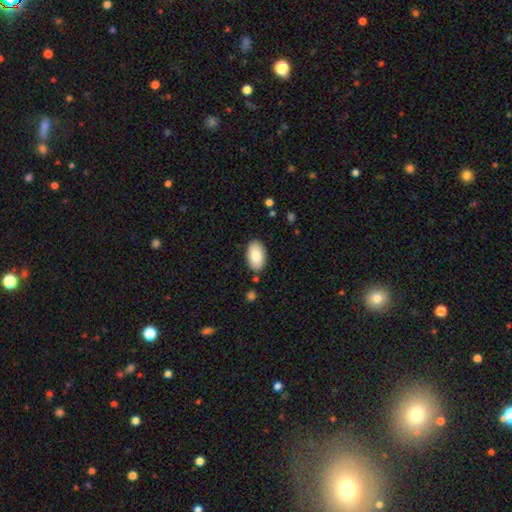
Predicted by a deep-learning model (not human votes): smooth 83%, featured or disk 11%, star or artifact 6%. Down the decision tree: how rounded — in between (95%); merging — none (86%).